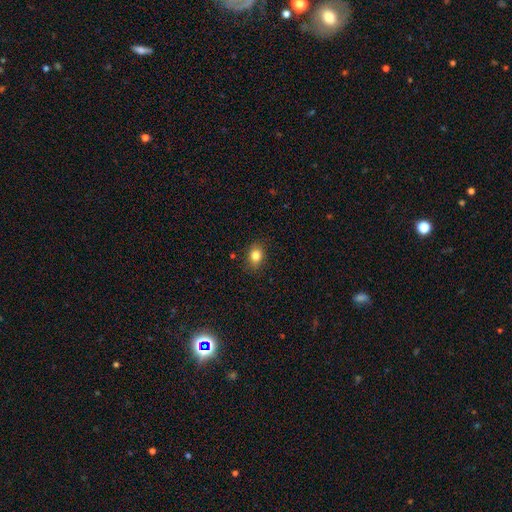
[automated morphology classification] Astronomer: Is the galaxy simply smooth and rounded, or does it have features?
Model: smooth — 83%.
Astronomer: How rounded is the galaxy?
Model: in between — 54% (runner-up: round, 45%).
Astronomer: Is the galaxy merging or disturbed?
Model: none — 86%.